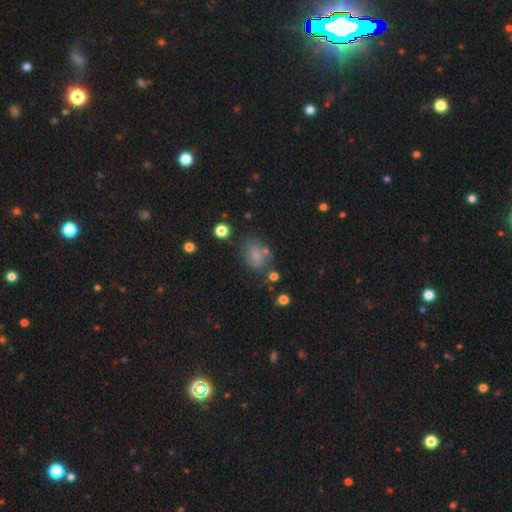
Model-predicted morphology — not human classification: Smooth or featured? Predicted: smooth (p=0.70). How rounded? Predicted: in between (p=0.73). Merging? Predicted: none (p=0.57).